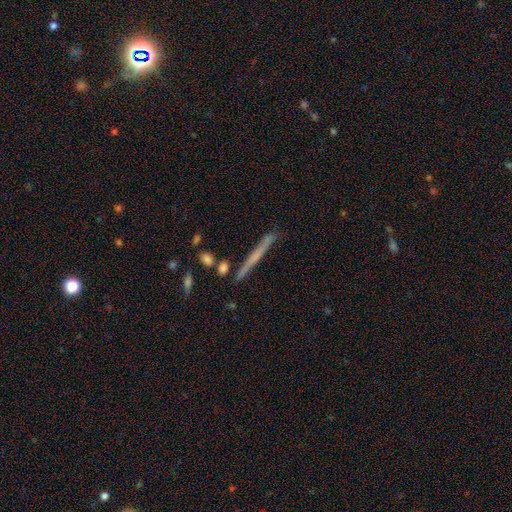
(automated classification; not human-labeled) Morphology: type=featured or disk (55%); edge-on=yes (97%); edge-on bulge=none (73%); merging=none (86%).